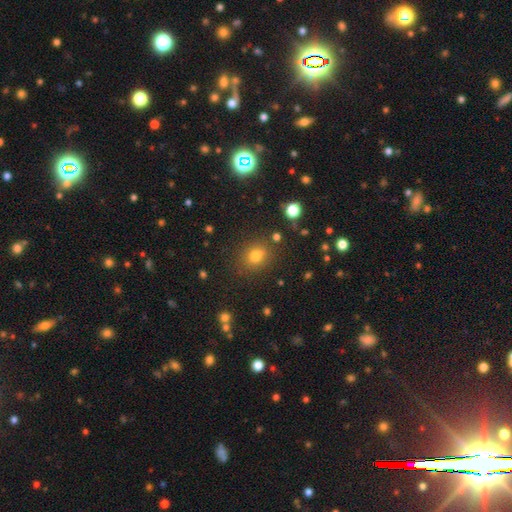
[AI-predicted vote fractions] smooth-or-featured: smooth: 72% | star or artifact: 20% | featured or disk: 9%
  how-rounded: round: 62% | in between: 37% | cigar-shaped: 1%
  merging: none: 83% | minor disturbance: 10% | merger: 4% | major disturbance: 3%